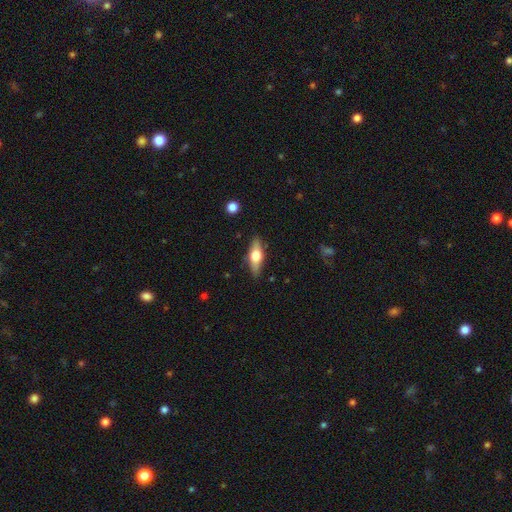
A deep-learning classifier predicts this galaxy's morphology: This is possibly a smooth galaxy (47%, tied with featured or disk). Merging: clearly none (85%).